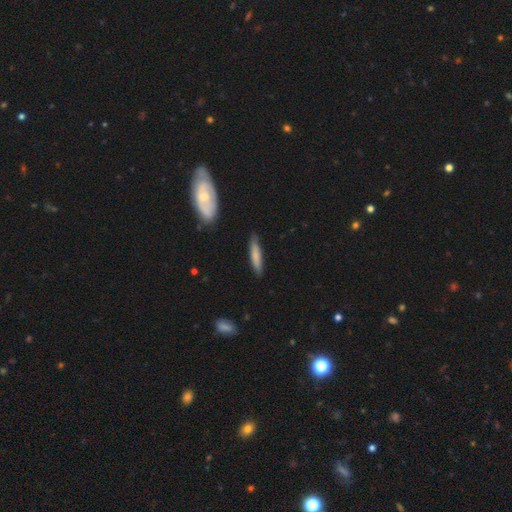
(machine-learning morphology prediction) smooth-or-featured: smooth: 73% | featured or disk: 22% | star or artifact: 5%
  how-rounded: cigar-shaped: 86% | in between: 13% | round: 1%
  merging: none: 84% | minor disturbance: 12% | major disturbance: 2% | merger: 2%